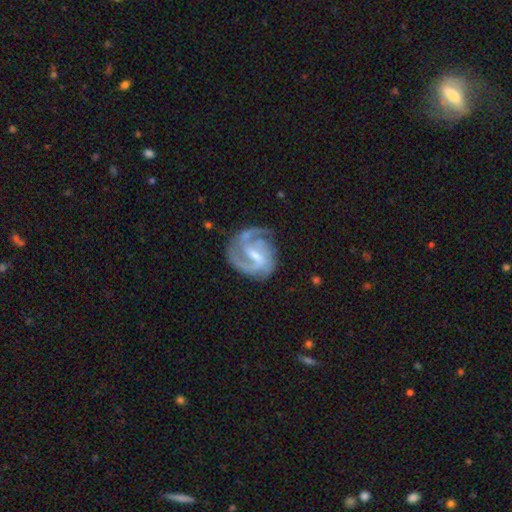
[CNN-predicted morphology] smooth_or_featured: featured or disk (p=0.88) [alt: smooth p=0.07]
disk_edge_on: no (p=0.98) [alt: yes p=0.02]
bar: weak (p=0.51) [alt: strong p=0.35]
has_spiral_arms: yes (p=0.96) [alt: no p=0.04]
spiral_winding: medium (p=0.49) [alt: tight p=0.37]
spiral_arm_count: 2 (p=0.47) [alt: 3 p=0.29]
bulge_size: small (p=0.50) [alt: moderate p=0.38]
merging: none (p=0.64) [alt: minor disturbance p=0.21]